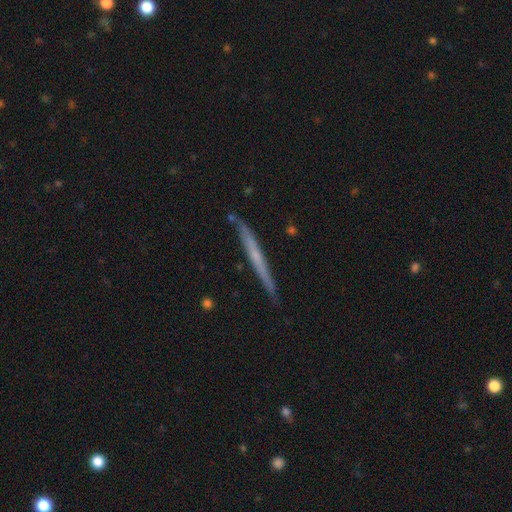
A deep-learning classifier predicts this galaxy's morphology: This is likely a featured or disk galaxy (61%). It is clearly viewed edge-on (97%). Edge-on bulge: likely none (71%). Merging: clearly none (87%).